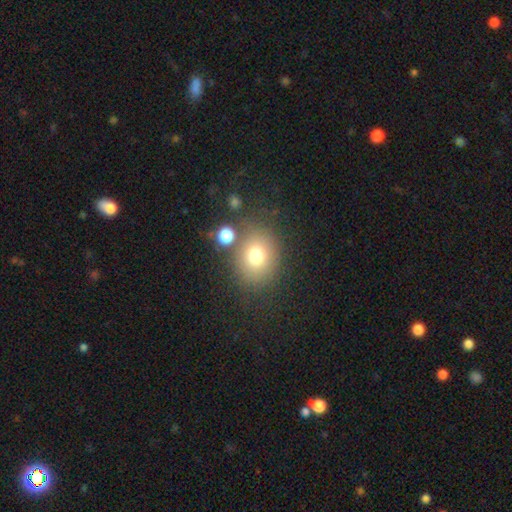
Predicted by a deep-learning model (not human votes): A smooth galaxy with no disk features (75%) that is round (64%).

Vote fractions:
- Smooth or featured? smooth: 75% / star or artifact: 14% / featured or disk: 12%
- How rounded? round: 64% / in between: 35% / cigar-shaped: 1%
- Merging? none: 72% / minor disturbance: 13% / merger: 9% / major disturbance: 6%